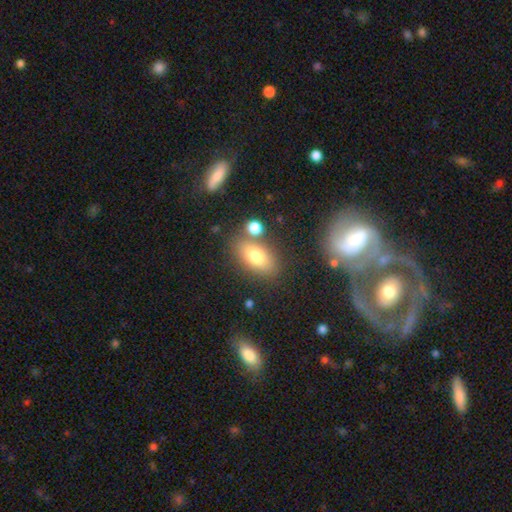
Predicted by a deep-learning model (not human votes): This is likely a smooth galaxy (75%). How rounded: clearly in between (87%). Merging: likely none (72%).